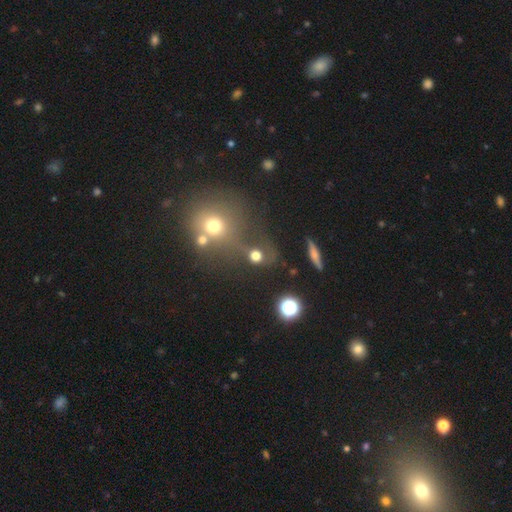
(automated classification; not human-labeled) Smooth or featured? smooth (66%)
How rounded? round (82%)
Merging? none (47%)